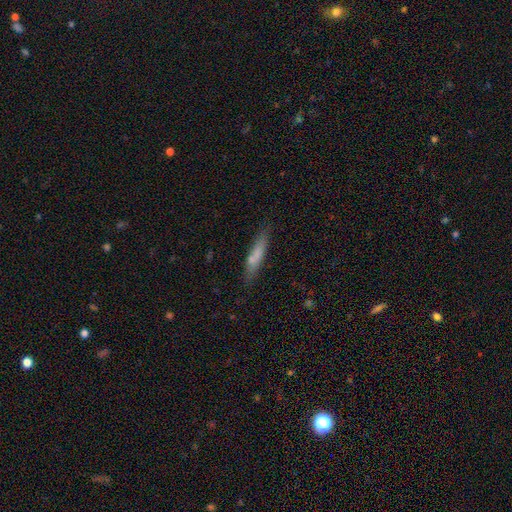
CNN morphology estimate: Smooth or featured?
  - smooth: 73% *
  - featured or disk: 20%
  - star or artifact: 7%
How rounded?
  - cigar-shaped: 83% *
  - in between: 16%
  - round: 2%
Merging?
  - none: 76% *
  - minor disturbance: 16%
  - merger: 5%
  - major disturbance: 4%